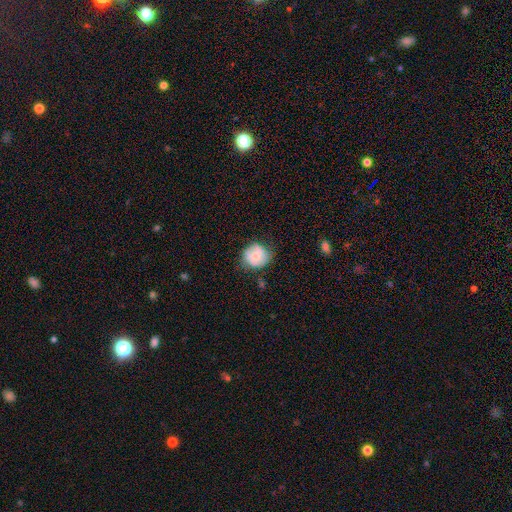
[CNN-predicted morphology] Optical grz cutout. It shows a smooth galaxy with no disk features (62%) that is round (81%). Merging: none (61%).